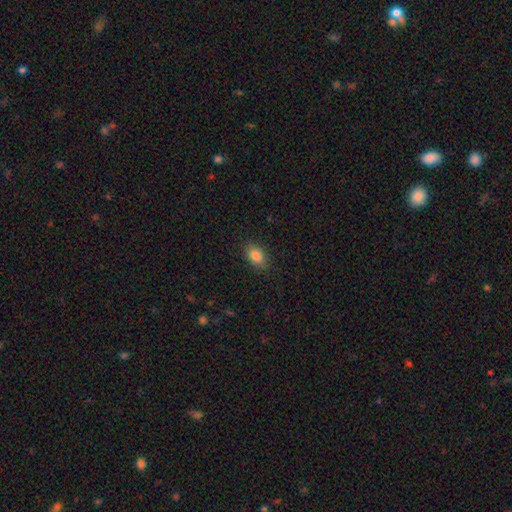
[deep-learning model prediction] Smooth or featured? Predicted: smooth (p=0.85). How rounded? Predicted: in between (p=0.83). Merging? Predicted: none (p=0.86).